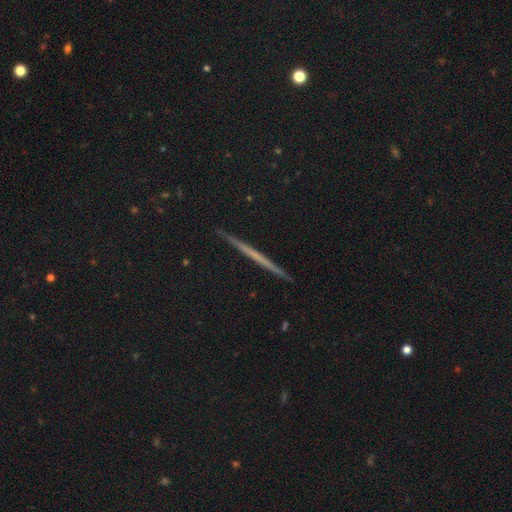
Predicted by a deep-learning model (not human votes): The model was most divided on "smooth or featured": featured or disk: 59%, smooth: 33%, star or artifact: 8%. More confident: edge-on disk — yes (98%); merging — none (93%); edge-on bulge — none (90%).